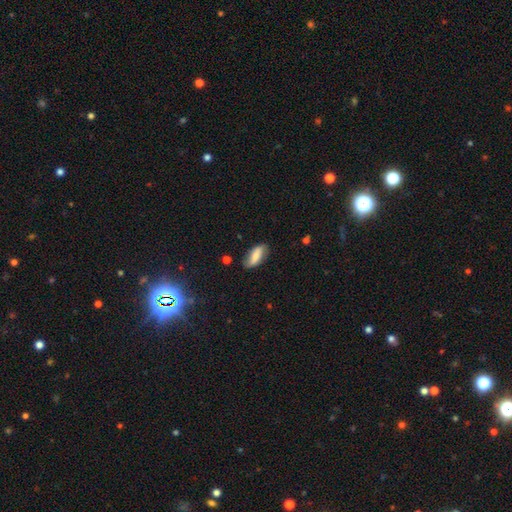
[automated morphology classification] smooth-or-featured: smooth: 62% | featured or disk: 30% | star or artifact: 8%
  how-rounded: in between: 80% | cigar-shaped: 17% | round: 3%
  merging: none: 75% | minor disturbance: 19% | major disturbance: 4% | merger: 2%